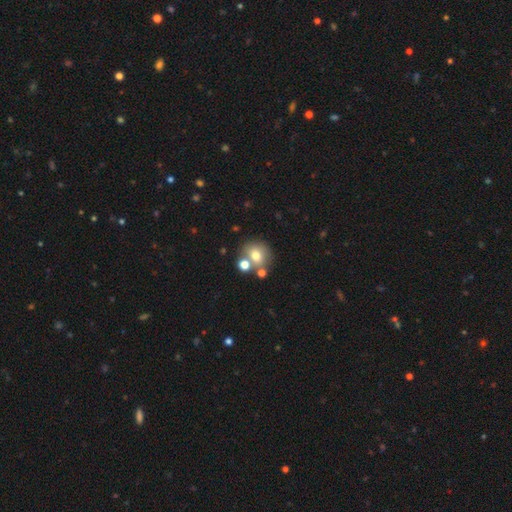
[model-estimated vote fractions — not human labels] Smooth or featured: smooth — 70% (featured or disk — 17%)
How rounded: round — 78% (in between — 21%)
Merging: none — 58% (merger — 27%)